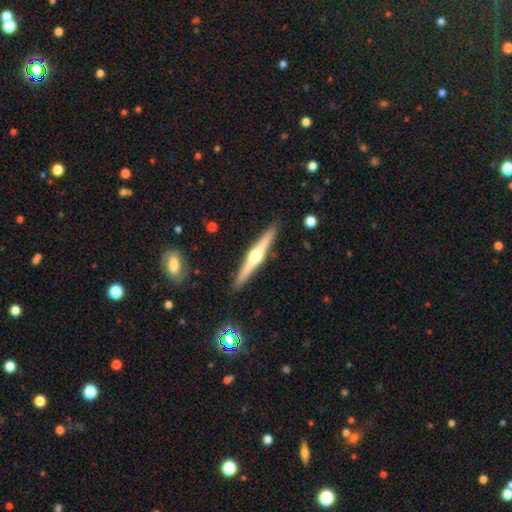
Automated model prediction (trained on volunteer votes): A featured or disk galaxy (75%) viewed edge-on (98%) with a rounded central bulge (94%).

Vote fractions:
- Smooth or featured? featured or disk: 75% / smooth: 19% / star or artifact: 6%
- Edge-on disk? yes: 98% / no: 2%
- Edge-on bulge? rounded: 94% / boxy: 4% / none: 3%
- Merging? none: 91% / minor disturbance: 6% / major disturbance: 1% / merger: 1%